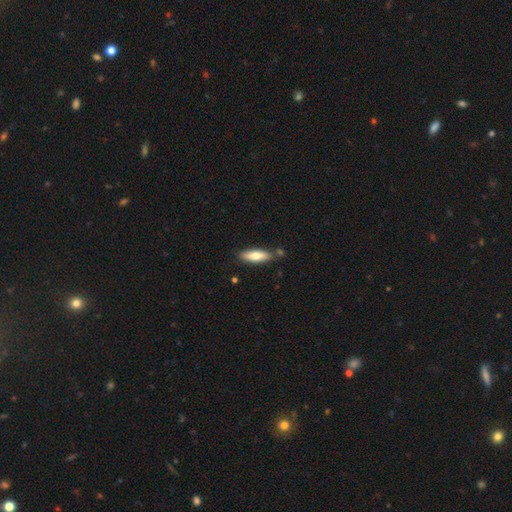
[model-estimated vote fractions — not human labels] Smooth or featured: smooth — 73% (featured or disk — 21%)
How rounded: in between — 50% (cigar-shaped — 48%)
Merging: none — 79% (minor disturbance — 12%)